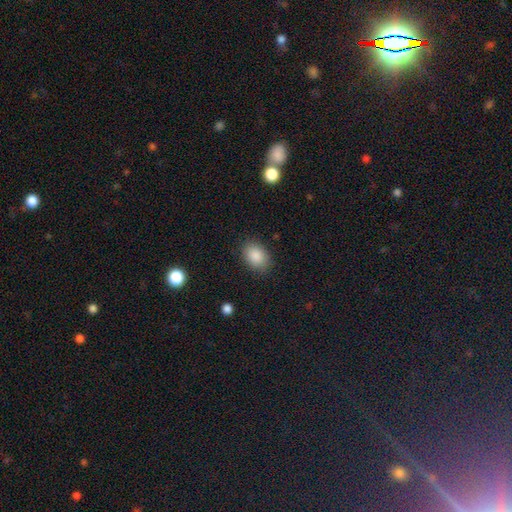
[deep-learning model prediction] Smooth or featured: smooth — 87% (star or artifact — 8%)
How rounded: in between — 74% (round — 25%)
Merging: none — 85% (minor disturbance — 11%)